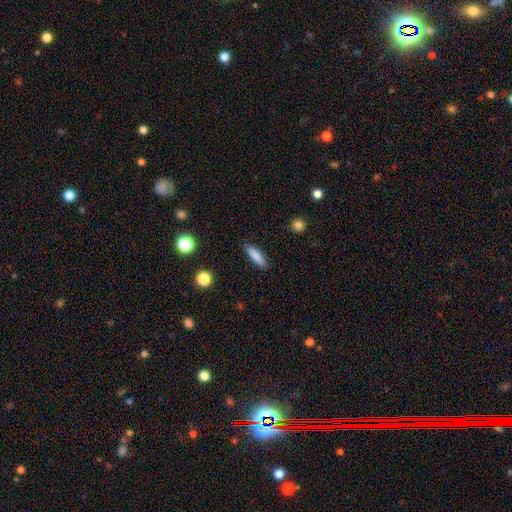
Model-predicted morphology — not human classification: A smooth galaxy with no disk features (82%) that is cigar-shaped (63%).

Vote fractions:
- Smooth or featured? smooth: 82% / featured or disk: 11% / star or artifact: 7%
- How rounded? cigar-shaped: 63% / in between: 34% / round: 2%
- Merging? none: 88% / minor disturbance: 9% / major disturbance: 2% / merger: 1%